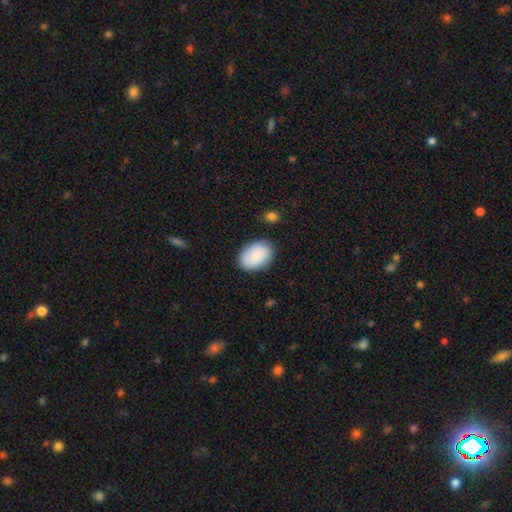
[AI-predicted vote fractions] A smooth galaxy with no disk features (85%) that is in between round and cigar-shaped (85%). Merging: none (82%).